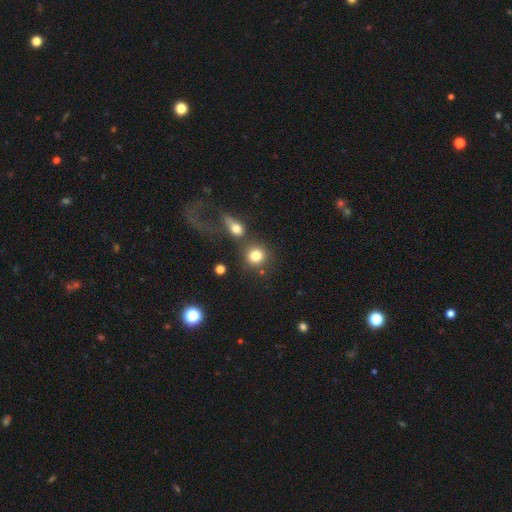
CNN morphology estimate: Overall: smooth (79%). How rounded: round (87%). Merging: none (59%; merger 25%).